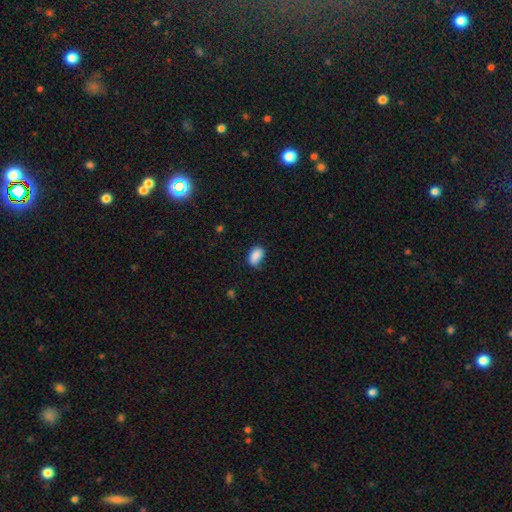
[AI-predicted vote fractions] Smooth or featured? Predicted: smooth (p=0.87). How rounded? Predicted: in between (p=0.89). Merging? Predicted: none (p=0.70).